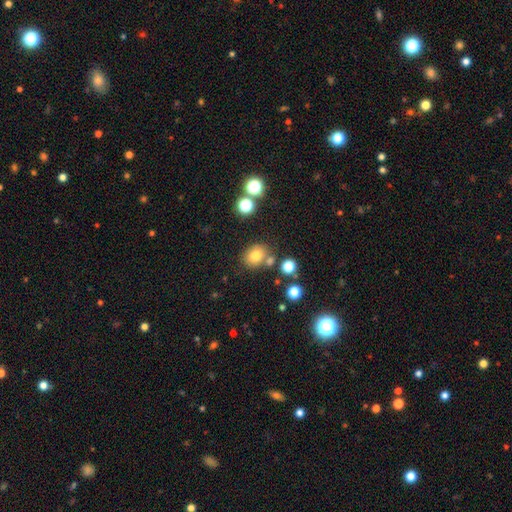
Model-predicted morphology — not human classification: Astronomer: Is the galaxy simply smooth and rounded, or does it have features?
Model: smooth — 75%.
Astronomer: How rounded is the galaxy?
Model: round — 63%.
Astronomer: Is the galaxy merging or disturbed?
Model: none — 72%.